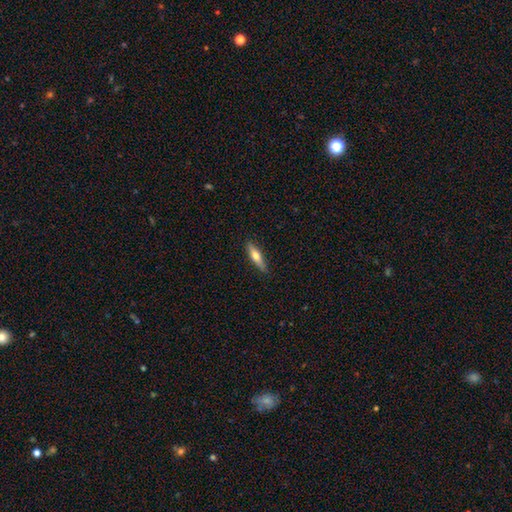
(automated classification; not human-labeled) This is possibly a smooth galaxy (58%). How rounded: likely cigar-shaped (72%). Merging: clearly none (86%).